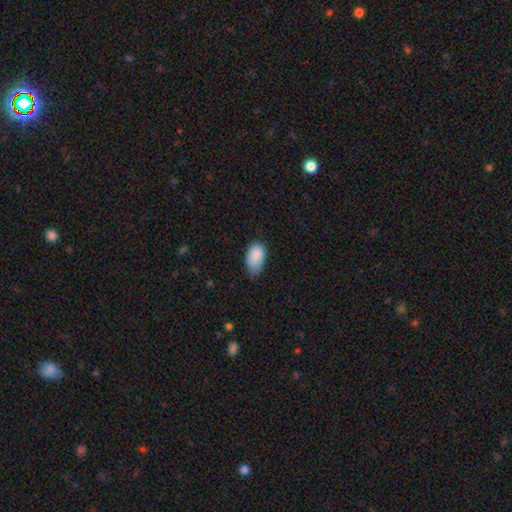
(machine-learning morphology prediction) Smooth or featured? smooth (88%)
How rounded? in between (93%)
Merging? none (45%, tied with minor disturbance)